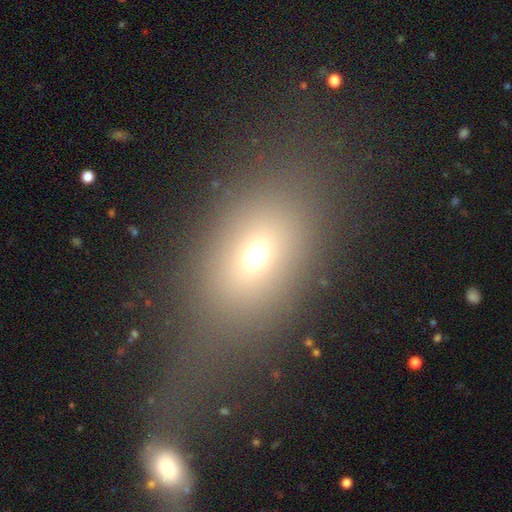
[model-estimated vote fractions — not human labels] A smooth galaxy with no disk features (67%) that is in between round and cigar-shaped (68%). Merging: none (45%).